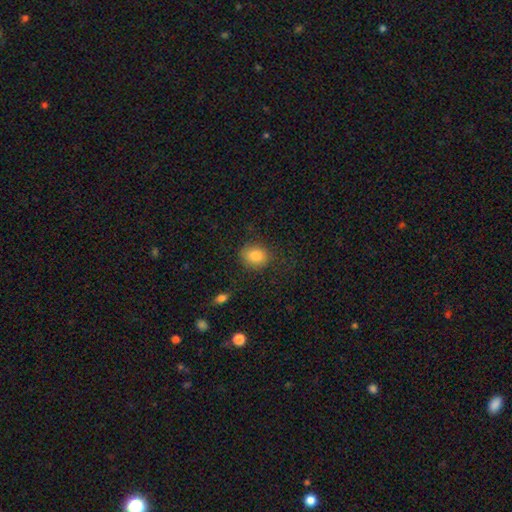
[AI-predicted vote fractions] smooth_or_featured: smooth (p=0.83) [alt: star or artifact p=0.09]
how_rounded: round (p=0.69) [alt: in between p=0.30]
merging: none (p=0.79) [alt: minor disturbance p=0.14]